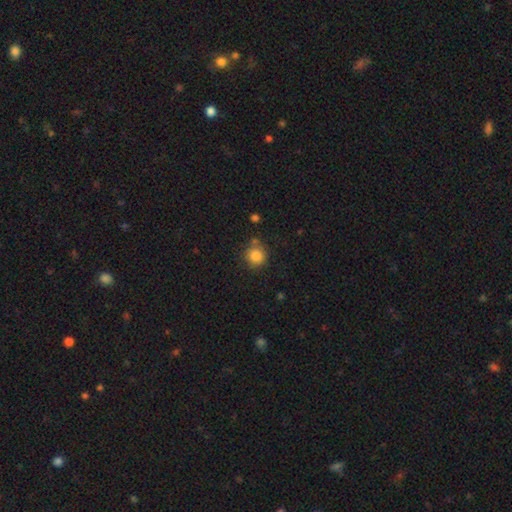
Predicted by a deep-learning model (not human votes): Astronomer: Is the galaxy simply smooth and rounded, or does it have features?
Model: smooth — 85%.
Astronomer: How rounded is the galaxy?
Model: round — 92%.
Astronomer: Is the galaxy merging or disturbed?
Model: none — 78%.